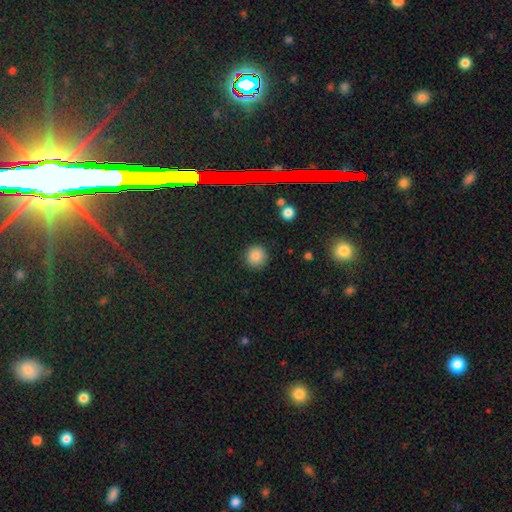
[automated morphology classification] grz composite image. It shows a smooth galaxy with no disk features (83%) that is round (93%). Merging: none (90%).